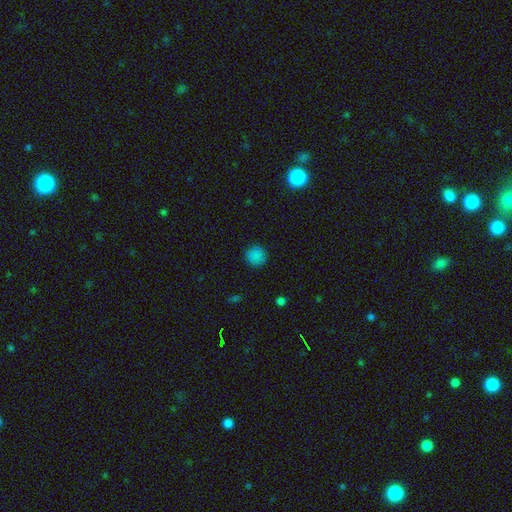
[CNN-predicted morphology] The model was most divided on "smooth or featured": smooth: 85%, star or artifact: 12%, featured or disk: 3%. More confident: how rounded — round (93%); merging — none (90%).